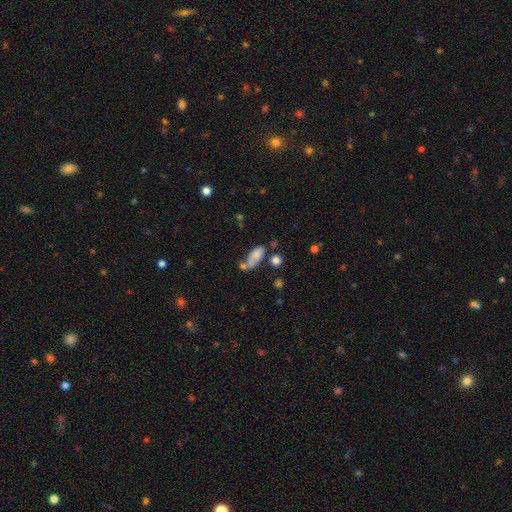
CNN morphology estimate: This is likely a smooth galaxy (76%). How rounded: likely in between (77%). Merging: marginally none (37%).